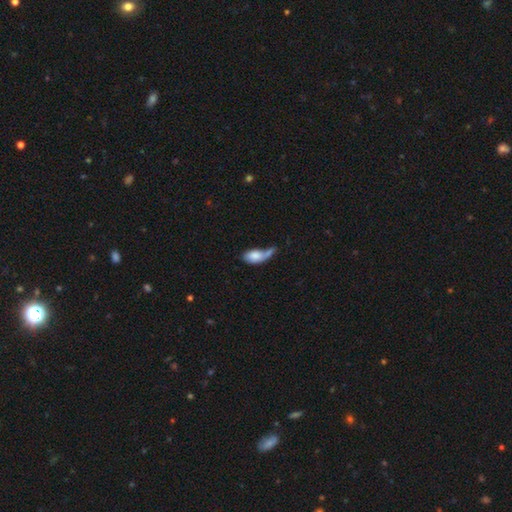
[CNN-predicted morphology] Smooth or featured?
  - smooth: 73% *
  - featured or disk: 20%
  - star or artifact: 7%
How rounded?
  - in between: 89% *
  - round: 6%
  - cigar-shaped: 5%
Merging?
  - merger: 34% *
  - none: 24%
  - major disturbance: 22%
  - minor disturbance: 19%